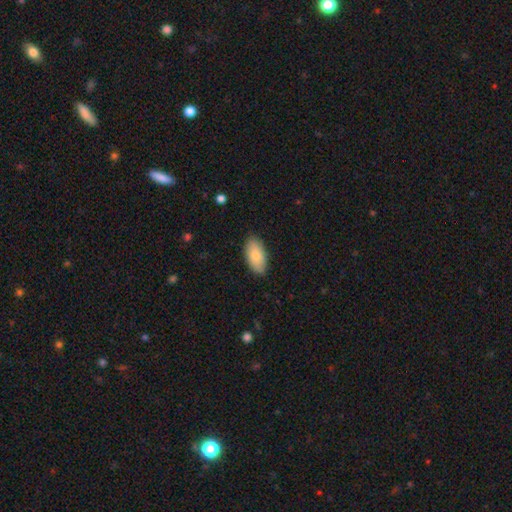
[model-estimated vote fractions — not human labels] This appears to be a smooth galaxy with no disk features (83%) that is in between round and cigar-shaped (94%). Merging: none (86%).